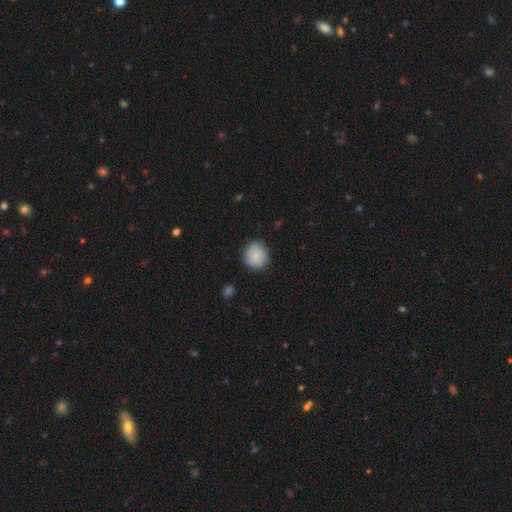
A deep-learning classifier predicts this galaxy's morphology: A smooth galaxy with no disk features (86%) that is round (82%).

Vote fractions:
- Smooth or featured? smooth: 86% / star or artifact: 8% / featured or disk: 7%
- How rounded? round: 82% / in between: 17% / cigar-shaped: 1%
- Merging? none: 79% / minor disturbance: 17% / major disturbance: 3% / merger: 1%